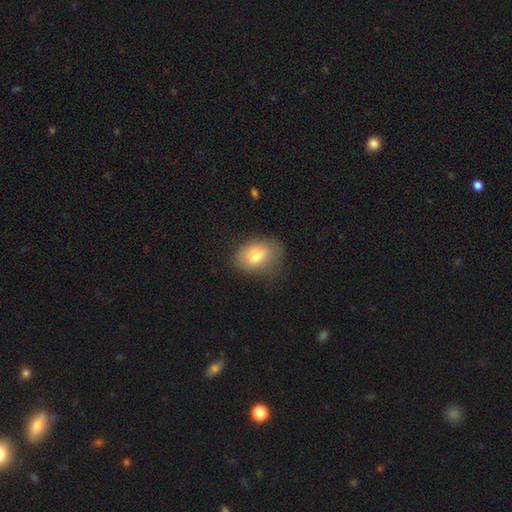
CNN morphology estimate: Overall: smooth (76%). How rounded: in between (79%). Merging: none (64%; minor disturbance 26%).